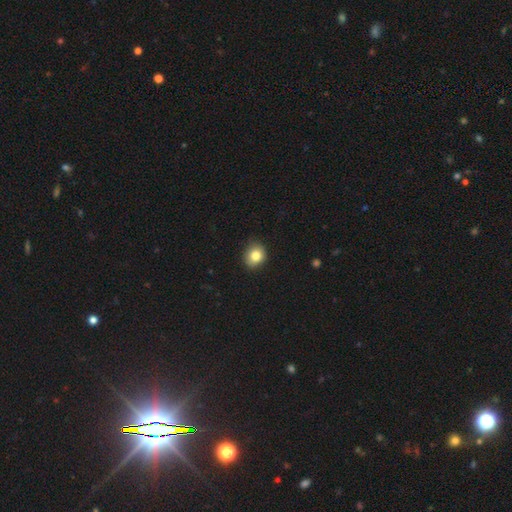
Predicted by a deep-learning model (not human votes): This appears to be a smooth galaxy with no disk features (82%) that is round (66%). Merging: none (82%).